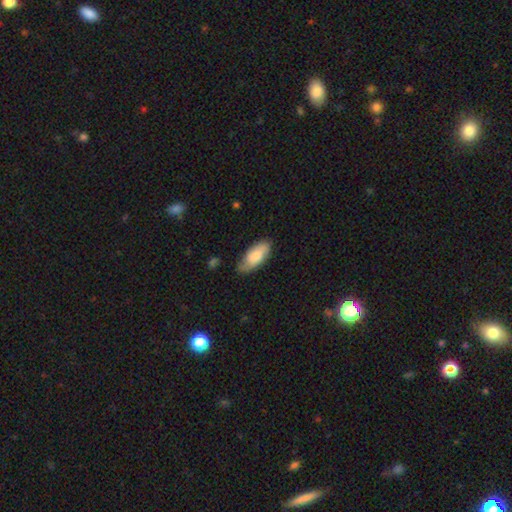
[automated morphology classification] smooth_or_featured: smooth (p=0.68) [alt: featured or disk p=0.26]
how_rounded: in between (p=0.86) [alt: cigar-shaped p=0.12]
merging: none (p=0.73) [alt: minor disturbance p=0.22]